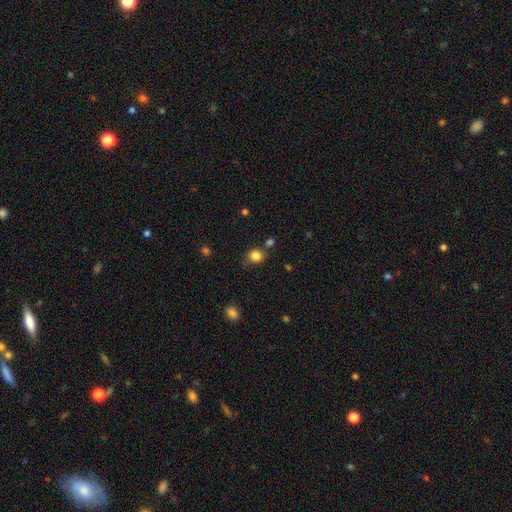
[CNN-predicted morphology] This is clearly a smooth galaxy (84%). How rounded: likely round (78%). Merging: likely none (71%).